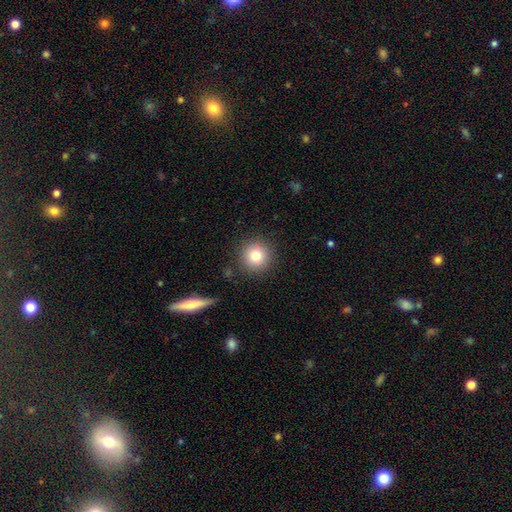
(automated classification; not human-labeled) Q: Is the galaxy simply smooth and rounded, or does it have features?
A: smooth — 79%.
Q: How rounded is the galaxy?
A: round — 94%.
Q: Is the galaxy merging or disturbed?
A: none — 88%.